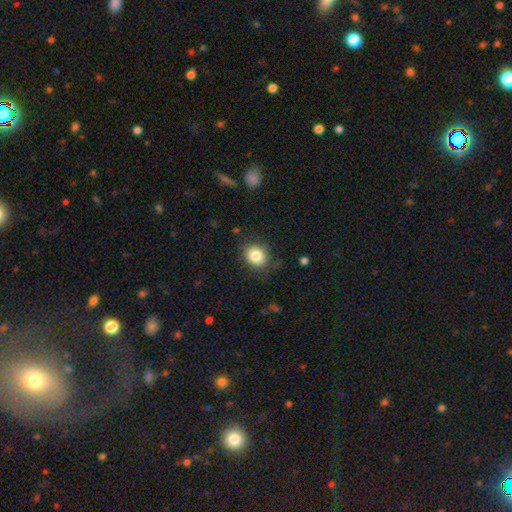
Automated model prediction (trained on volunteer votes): A smooth galaxy with no disk features (83%) that is round (56%). Merging: none (79%).